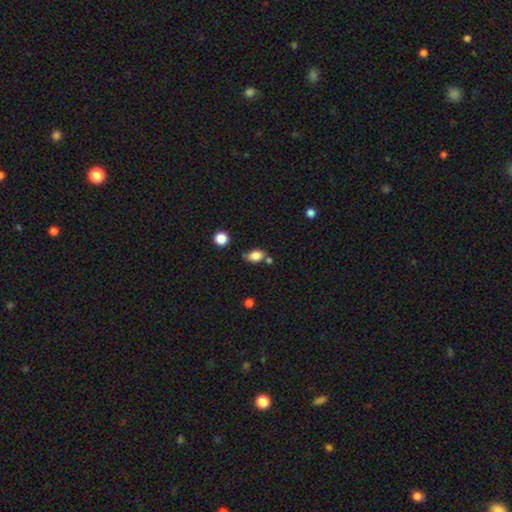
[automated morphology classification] smooth_or_featured: smooth (p=0.81) [alt: star or artifact p=0.10]
how_rounded: in between (p=0.75) [alt: round p=0.23]
merging: none (p=0.57) [alt: minor disturbance p=0.24]